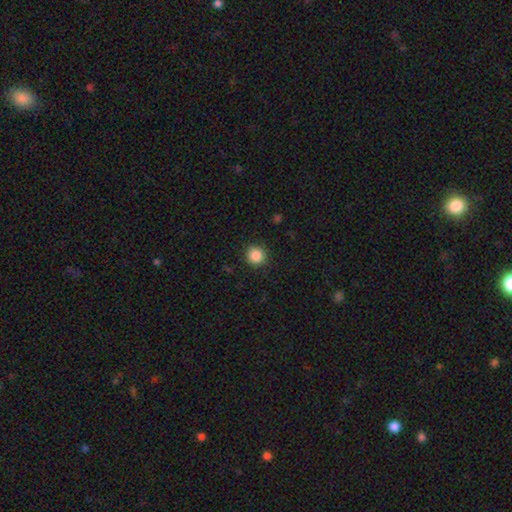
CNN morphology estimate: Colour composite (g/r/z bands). It shows a smooth galaxy with no disk features (86%) that is round (93%). Merging: none (90%).